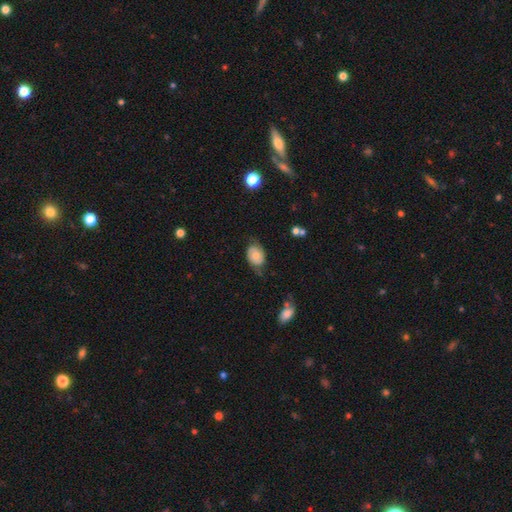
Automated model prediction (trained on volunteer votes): smooth-or-featured: featured or disk: 49% | smooth: 43% | star or artifact: 8%
  merging: none: 57% | minor disturbance: 27% | major disturbance: 13% | merger: 2%